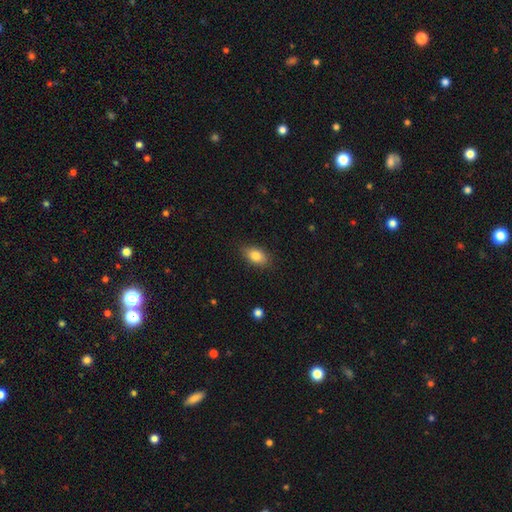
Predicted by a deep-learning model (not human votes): This is clearly a smooth galaxy (83%). How rounded: clearly in between (88%). Merging: clearly none (86%).